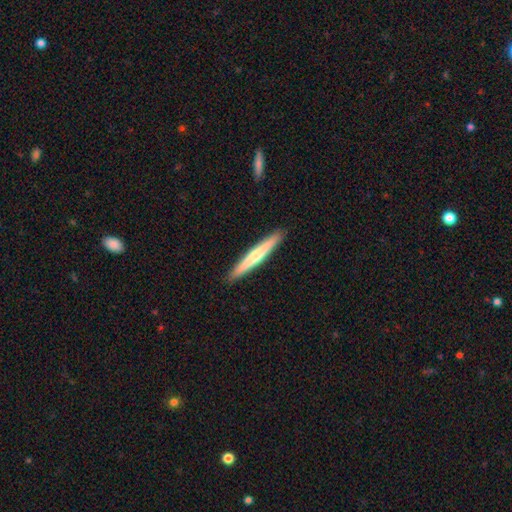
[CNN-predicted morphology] This is possibly a smooth galaxy (51%). How rounded: clearly cigar-shaped (96%). Merging: clearly none (92%).